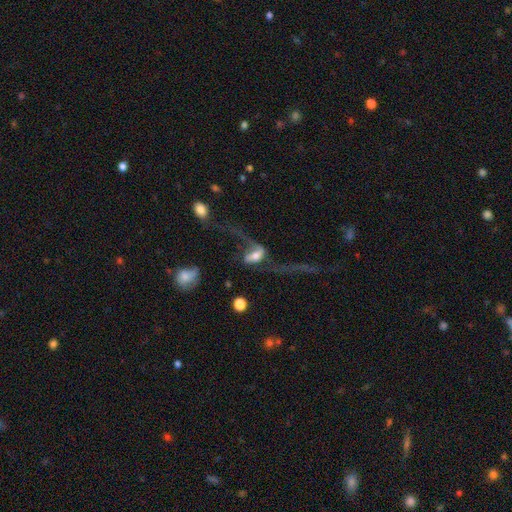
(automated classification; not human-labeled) The model was most divided on "bar": weak: 40%, no: 32%, strong: 28%. Remaining: edge-on disk — no (91%); spiral winding — loose (89%); spiral arm count — 2 (87%); spiral arms — yes (86%); smooth or featured — featured or disk (76%); bulge size — moderate (50%); merging — major disturbance (47%).